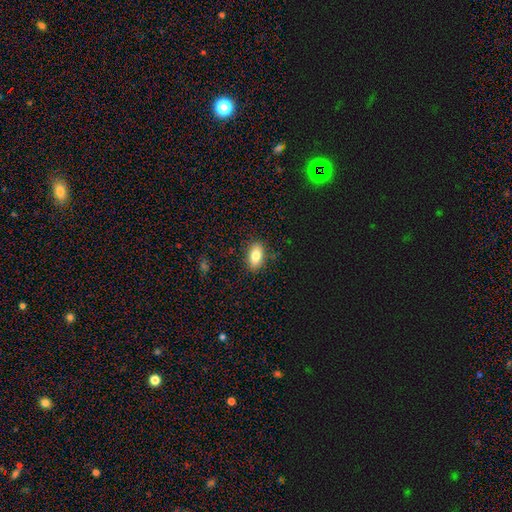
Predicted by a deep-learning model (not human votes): Morphology: type=smooth (82%); roundness=in between (89%); merging=none (87%).